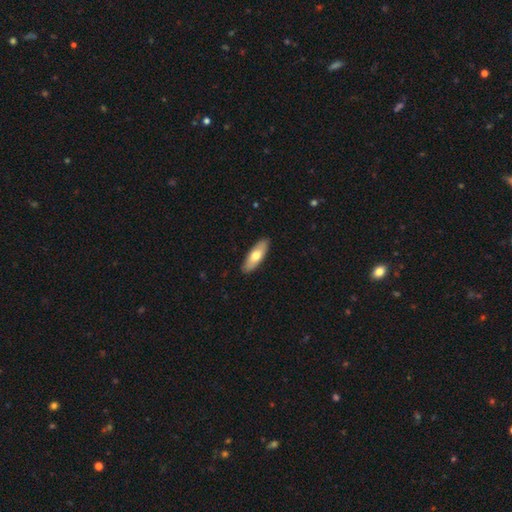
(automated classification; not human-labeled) Smooth or featured? Predicted: smooth (p=0.67). How rounded? Predicted: in between (p=0.62). Merging? Predicted: none (p=0.90).